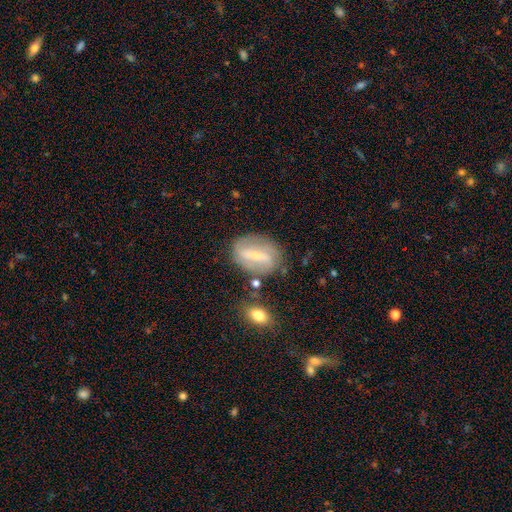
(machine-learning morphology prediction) Smooth or featured? Predicted: featured or disk (p=0.70). Edge-on disk? Predicted: no (p=0.92). Bar? Predicted: strong (p=0.54). Spiral arms? Predicted: yes (p=0.73). Bulge size? Predicted: small (p=0.68). Merging? Predicted: none (p=0.70).